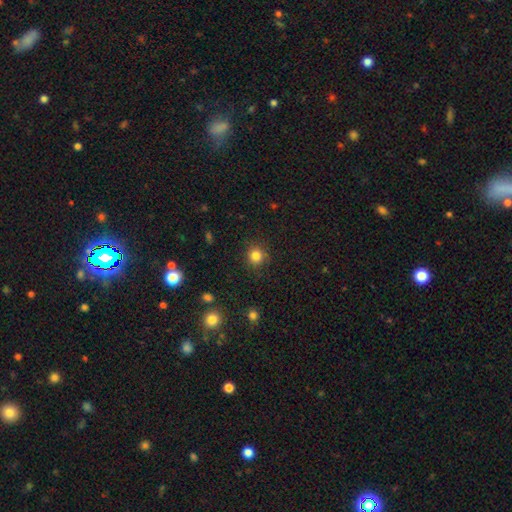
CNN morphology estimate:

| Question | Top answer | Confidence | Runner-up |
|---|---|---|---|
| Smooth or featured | smooth | 82% | star or artifact (12%) |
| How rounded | round | 88% | in between (11%) |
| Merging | none | 85% | minor disturbance (10%) |